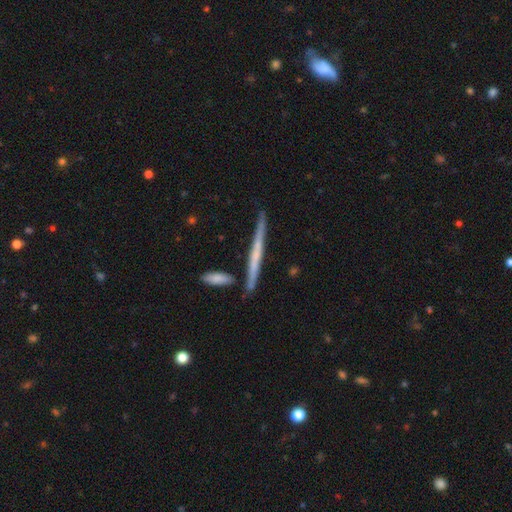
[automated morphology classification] Smooth or featured? featured or disk (58%)
Edge-on disk? yes (96%)
Edge-on bulge? none (70%)
Merging? none (80%)